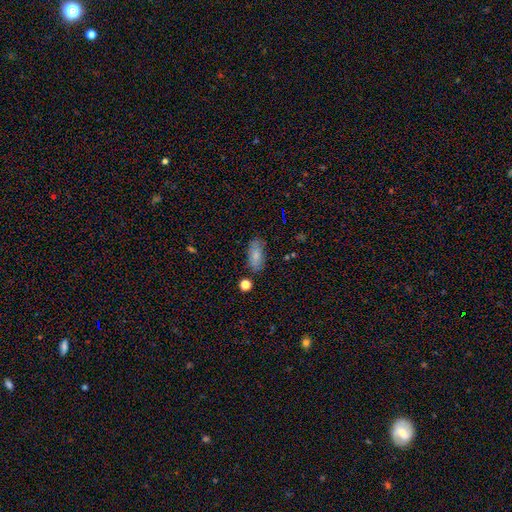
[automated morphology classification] A smooth galaxy with no disk features (80%) that is in between round and cigar-shaped (86%). Merging: none (76%).